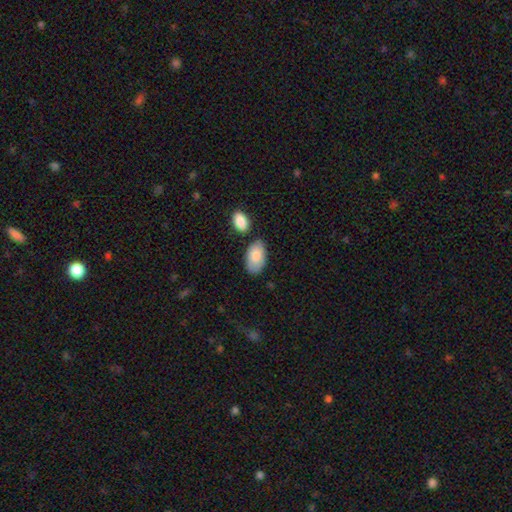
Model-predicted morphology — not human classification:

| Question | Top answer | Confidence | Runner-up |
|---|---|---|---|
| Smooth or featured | smooth | 83% | featured or disk (11%) |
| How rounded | in between | 95% | round (4%) |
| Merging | none | 65% | minor disturbance (21%) |